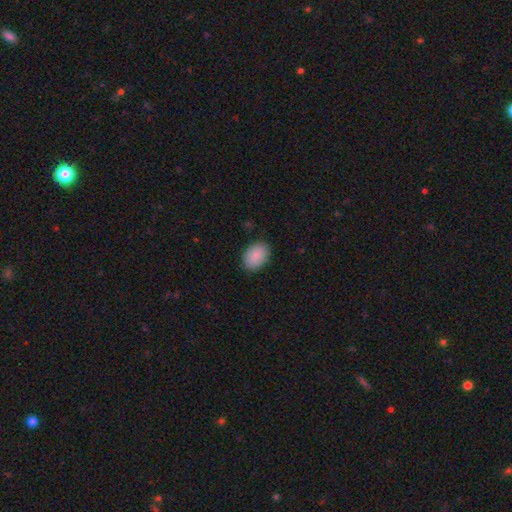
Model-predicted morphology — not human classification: Smooth or featured? smooth (89%)
How rounded? in between (80%)
Merging? none (86%)